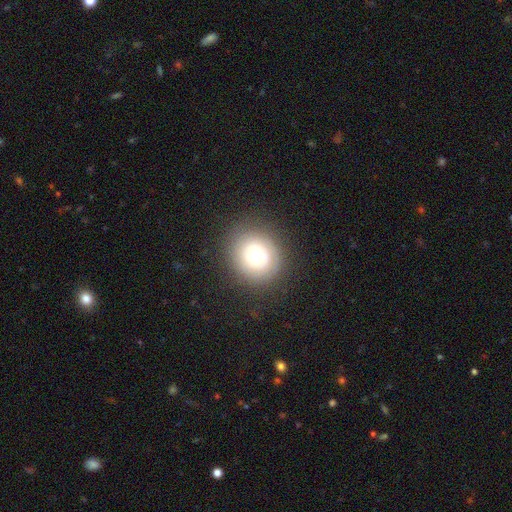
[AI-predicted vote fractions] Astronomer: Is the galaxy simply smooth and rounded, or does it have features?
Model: smooth — 65%.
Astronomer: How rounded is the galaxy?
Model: round — 84%.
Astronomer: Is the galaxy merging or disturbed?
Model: none — 84%.